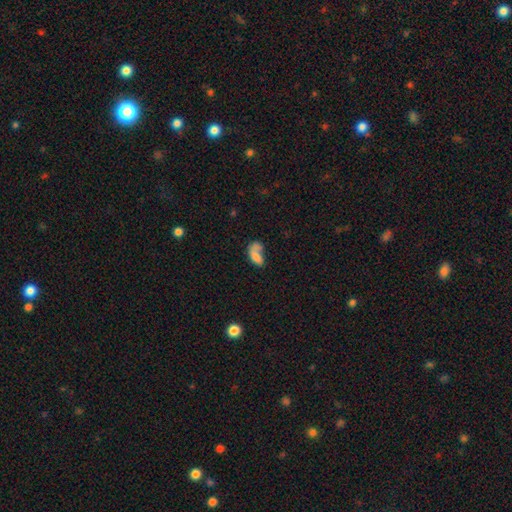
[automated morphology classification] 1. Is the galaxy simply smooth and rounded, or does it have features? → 65% smooth, 25% featured or disk, 10% star or artifact.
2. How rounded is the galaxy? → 86% in between, 8% round, 6% cigar-shaped.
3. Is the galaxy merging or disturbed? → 29% none, 28% major disturbance, 27% merger, 16% minor disturbance.